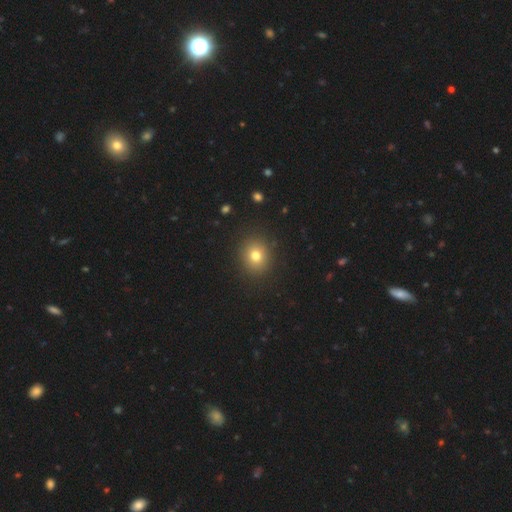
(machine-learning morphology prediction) This appears to be a smooth galaxy with no disk features (77%) that is round (79%). Merging: none (90%).